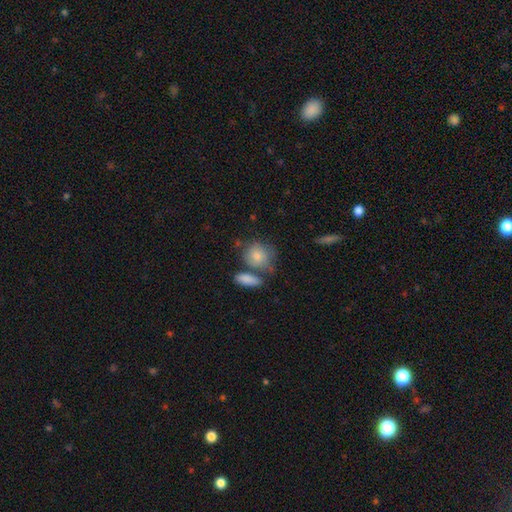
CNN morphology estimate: smooth 68%, featured or disk 19%, star or artifact 14%. Down the decision tree: how rounded — round (68%); merging — none (52%).